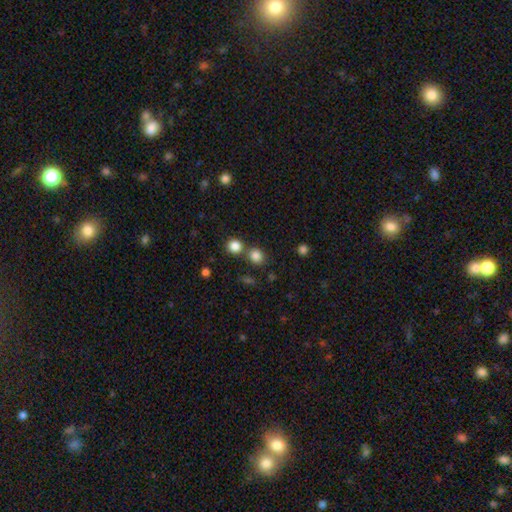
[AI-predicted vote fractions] This is clearly a smooth galaxy (83%). How rounded: clearly round (80%). Merging: likely none (66%).